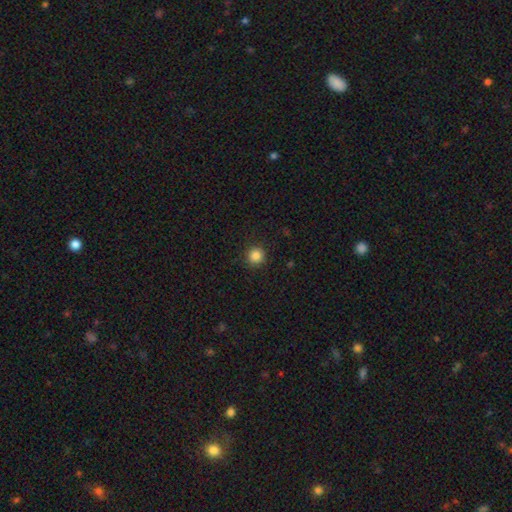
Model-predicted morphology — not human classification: smooth 85%, star or artifact 11%, featured or disk 4%. Down the decision tree: how rounded — round (95%); merging — none (91%).